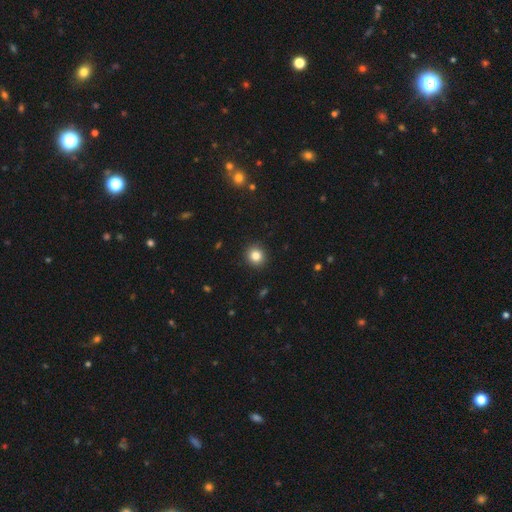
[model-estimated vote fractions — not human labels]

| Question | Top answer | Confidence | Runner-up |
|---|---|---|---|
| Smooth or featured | smooth | 83% | star or artifact (11%) |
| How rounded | round | 90% | in between (9%) |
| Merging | none | 92% | minor disturbance (5%) |